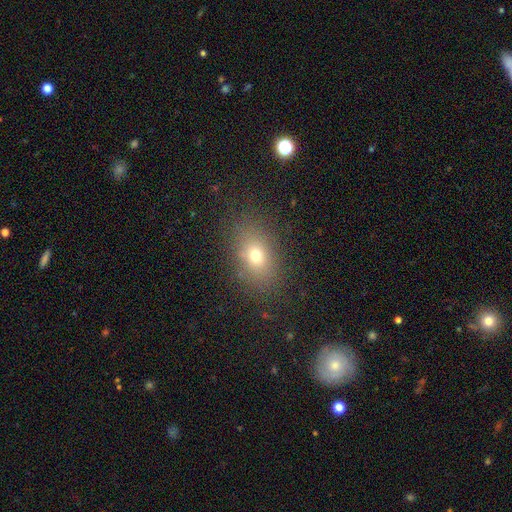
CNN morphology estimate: type=smooth (70%); roundness=in between (74%); merging=none (82%).